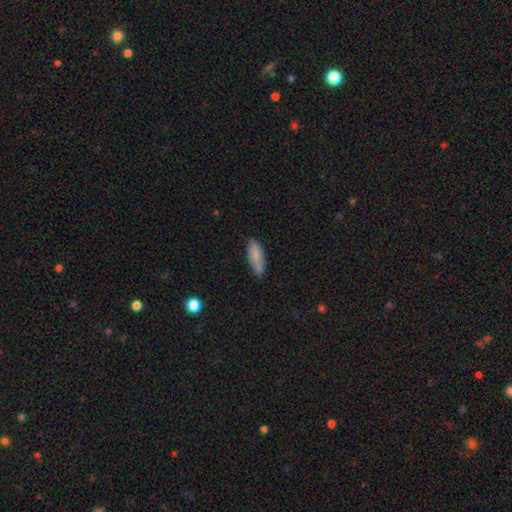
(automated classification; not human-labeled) A smooth galaxy with no disk features (81%) that is in between round and cigar-shaped (61%). Merging: none (79%).